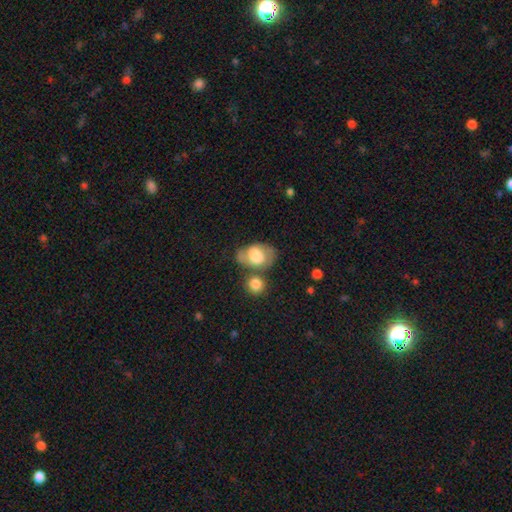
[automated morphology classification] Q: Smooth or featured?
A: smooth (61%); runner-up: featured or disk (33%)
Q: How rounded?
A: in between (75%); runner-up: round (23%)
Q: Merging?
A: none (47%); runner-up: merger (22%)